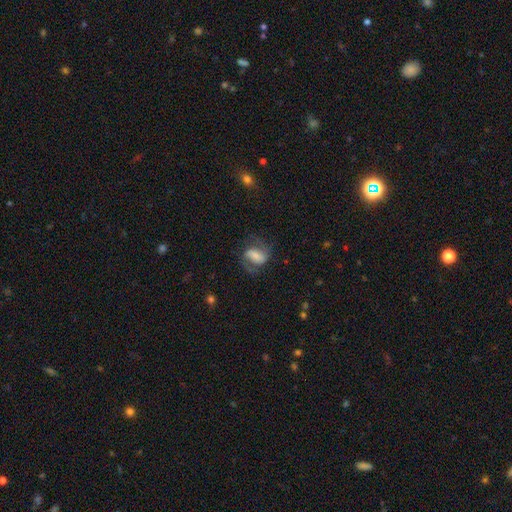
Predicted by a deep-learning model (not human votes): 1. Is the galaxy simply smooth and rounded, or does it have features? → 57% featured or disk, 34% smooth, 9% star or artifact.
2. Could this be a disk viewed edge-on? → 96% no, 4% yes.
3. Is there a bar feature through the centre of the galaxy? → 46% strong, 34% weak, 20% no.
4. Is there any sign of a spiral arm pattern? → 87% yes, 13% no.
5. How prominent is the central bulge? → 26% large, 25% none, 22% moderate, 21% small, 7% dominant.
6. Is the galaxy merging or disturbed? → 59% none, 20% major disturbance, 19% minor disturbance, 2% merger.